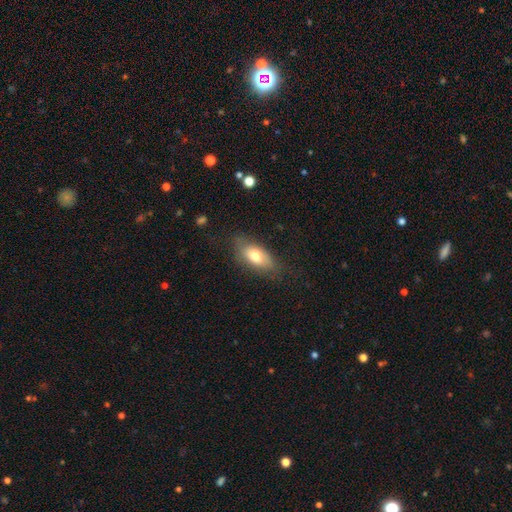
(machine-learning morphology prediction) Q: Smooth or featured?
A: smooth (73%); runner-up: featured or disk (19%)
Q: How rounded?
A: in between (86%); runner-up: cigar-shaped (8%)
Q: Merging?
A: none (73%); runner-up: minor disturbance (20%)